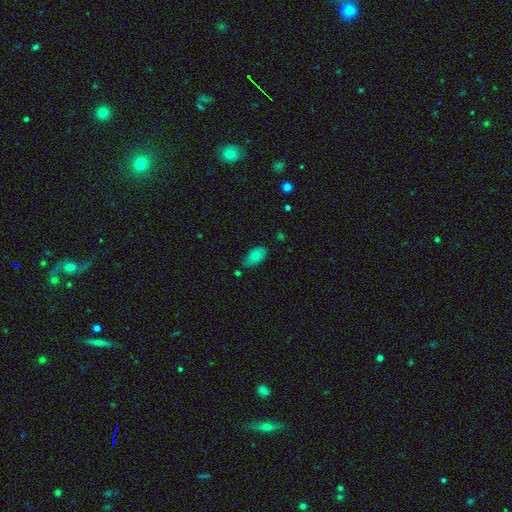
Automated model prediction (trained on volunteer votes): This is likely a smooth galaxy (75%). How rounded: clearly in between (91%). Merging: likely none (74%).